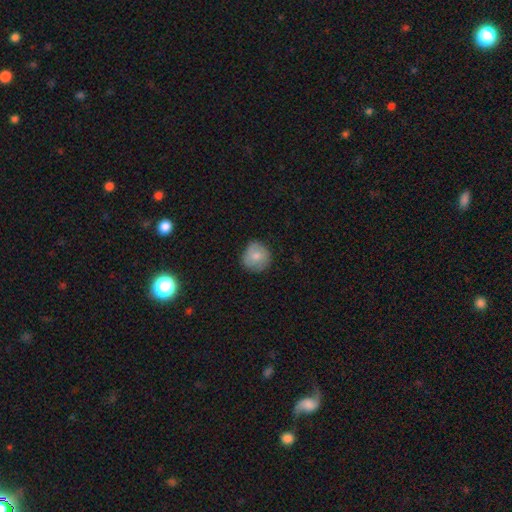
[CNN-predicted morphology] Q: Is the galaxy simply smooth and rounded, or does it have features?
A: smooth — 76%.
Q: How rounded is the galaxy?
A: round — 89%.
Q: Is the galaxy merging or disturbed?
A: none — 75%.